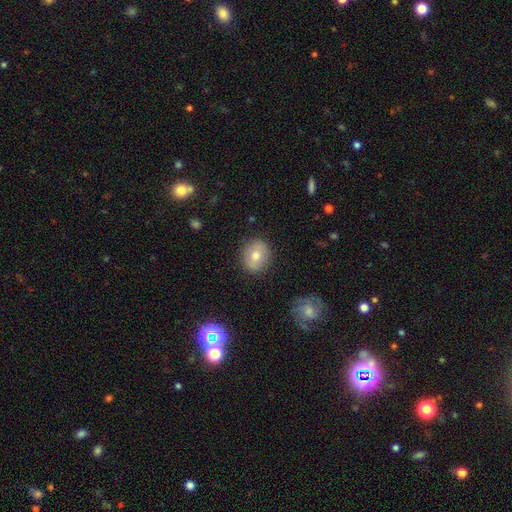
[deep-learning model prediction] A smooth galaxy with no disk features (72%) that is round (69%). Merging: none (87%).